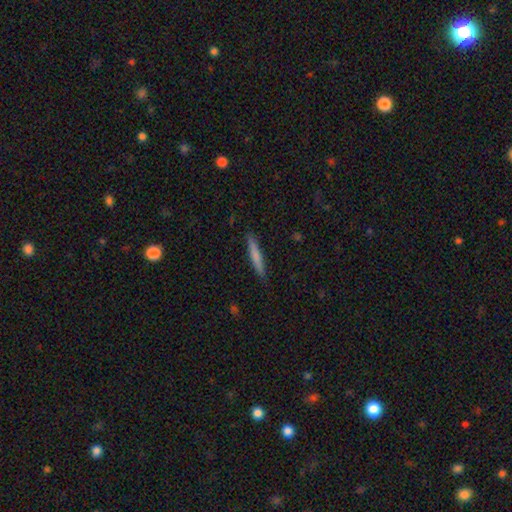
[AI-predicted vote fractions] Smooth or featured: smooth — 71% (featured or disk — 23%)
How rounded: cigar-shaped — 95% (in between — 4%)
Merging: none — 90% (minor disturbance — 8%)